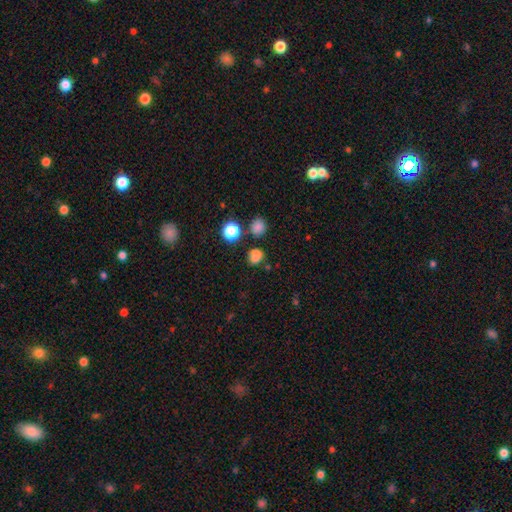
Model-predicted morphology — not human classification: Overall: smooth (75%). How rounded: round (65%; in between 34%). Merging: none (70%).